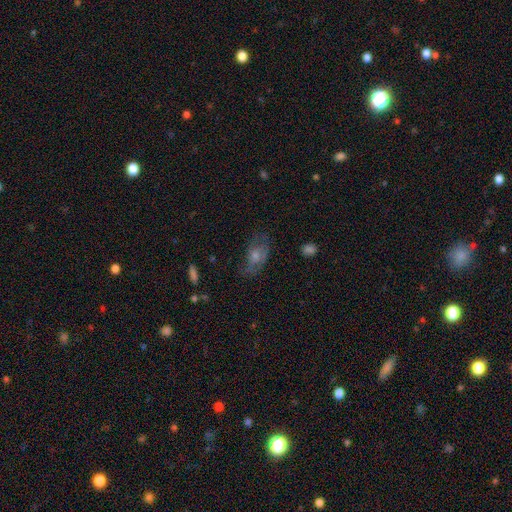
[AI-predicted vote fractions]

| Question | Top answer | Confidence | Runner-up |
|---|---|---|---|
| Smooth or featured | featured or disk | 46% | smooth (39%) |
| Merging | none | 58% | minor disturbance (24%) |